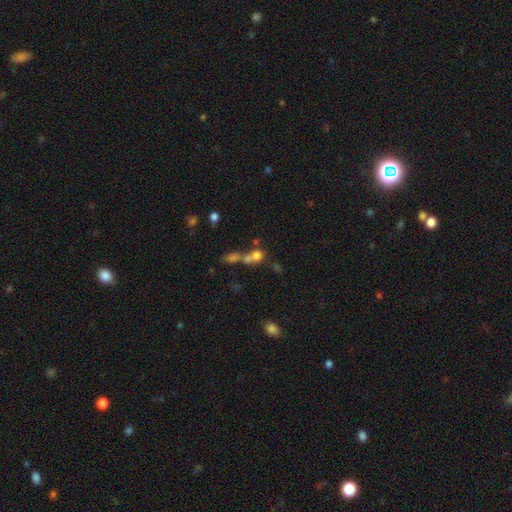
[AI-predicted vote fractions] smooth-or-featured: smooth: 66% | featured or disk: 18% | star or artifact: 16%
  how-rounded: round: 64% | in between: 32% | cigar-shaped: 4%
  merging: merger: 59% | none: 28% | minor disturbance: 7% | major disturbance: 7%